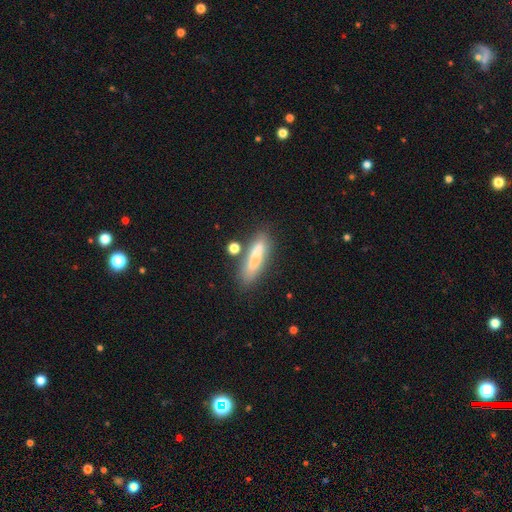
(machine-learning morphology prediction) This appears to be a smooth galaxy with no disk features (62%) that is cigar-shaped (64%). Merging: none (65%).